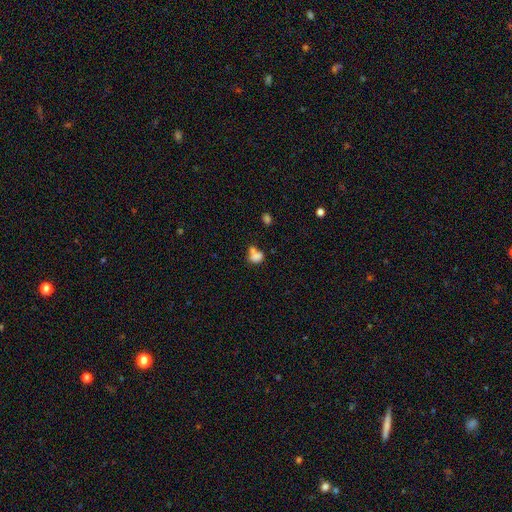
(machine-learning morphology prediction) smooth_or_featured: smooth (p=0.77) [alt: featured or disk p=0.12]
how_rounded: in between (p=0.59) [alt: round p=0.40]
merging: merger (p=0.47) [alt: none p=0.29]